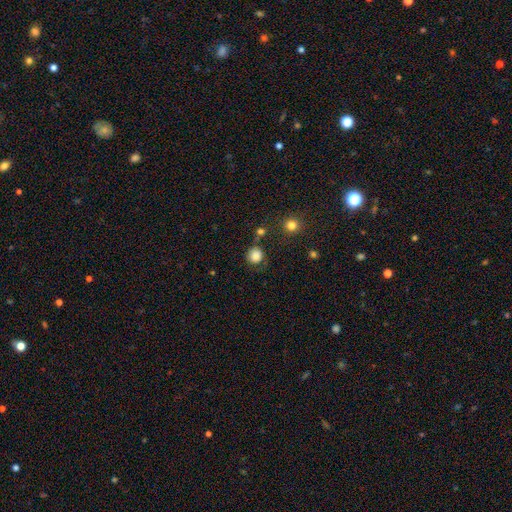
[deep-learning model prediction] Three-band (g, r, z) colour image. It shows a smooth galaxy with no disk features (84%) that is round (89%). Merging: none (71%).